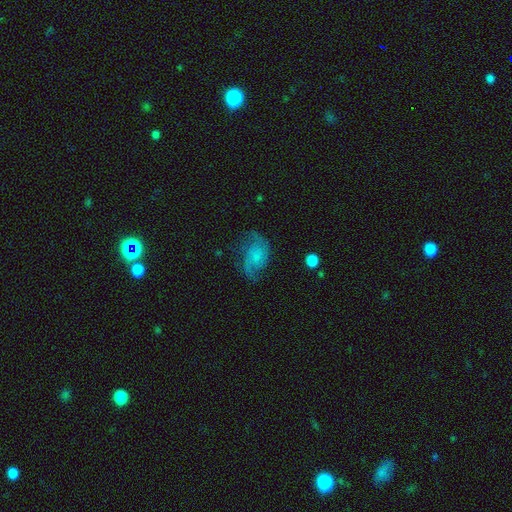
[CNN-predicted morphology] Smooth or featured? Predicted: featured or disk (p=0.77). Edge-on disk? Predicted: no (p=0.98). Bar? Predicted: no (p=0.69). Spiral arms? Predicted: yes (p=0.94). Spiral winding? Predicted: medium (p=0.46). Spiral arm count? Predicted: 2 (p=0.84). Bulge size? Predicted: small (p=0.53). Merging? Predicted: none (p=0.66).